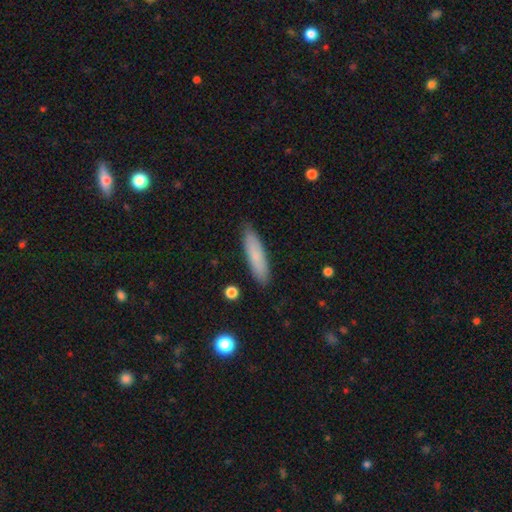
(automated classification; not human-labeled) Overall: smooth (80%). How rounded: cigar-shaped (76%). Merging: none (88%).